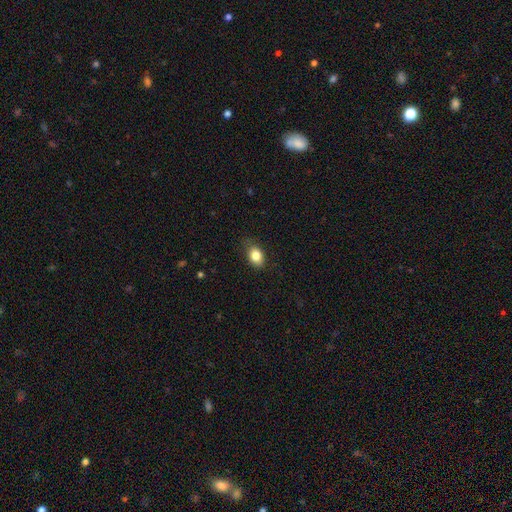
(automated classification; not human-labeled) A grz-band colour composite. It shows a smooth galaxy with no disk features (84%) that is in between round and cigar-shaped (71%). Merging: none (77%).